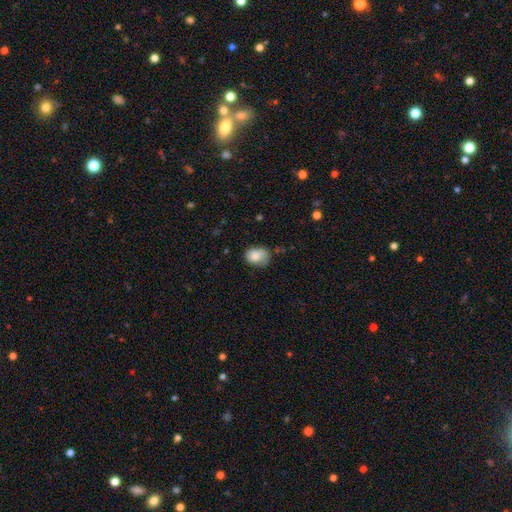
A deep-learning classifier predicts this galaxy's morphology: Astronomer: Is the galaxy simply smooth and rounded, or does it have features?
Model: smooth — 80%.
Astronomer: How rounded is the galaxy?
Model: in between — 65%.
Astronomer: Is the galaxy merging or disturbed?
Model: none — 50% (runner-up: minor disturbance, 36%).